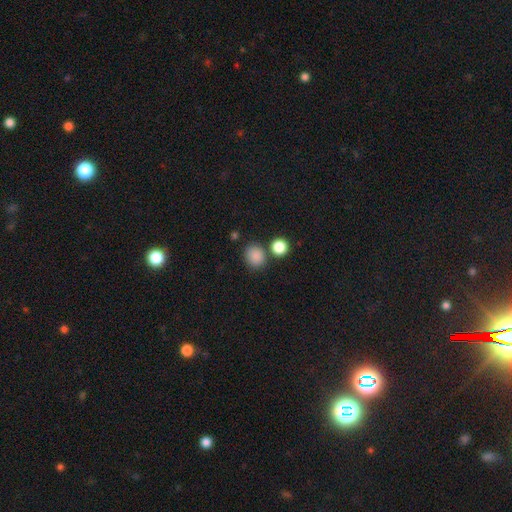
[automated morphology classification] The model was most divided on "how rounded": round: 75%, in between: 24%, cigar-shaped: 1%. More confident: smooth or featured — smooth (86%); merging — none (75%).